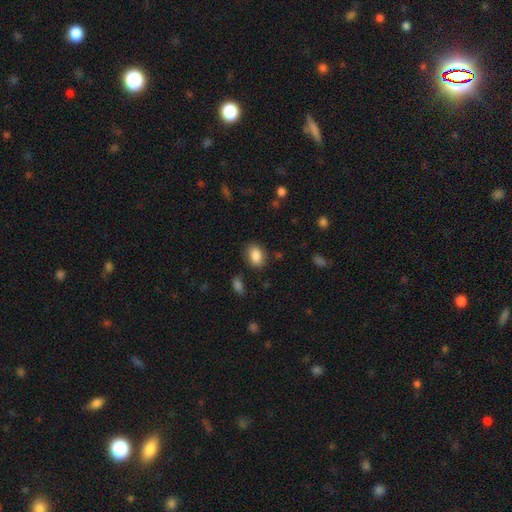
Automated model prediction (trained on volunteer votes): Smooth or featured: smooth — 87% (star or artifact — 8%)
How rounded: in between — 81% (round — 17%)
Merging: none — 80% (minor disturbance — 14%)